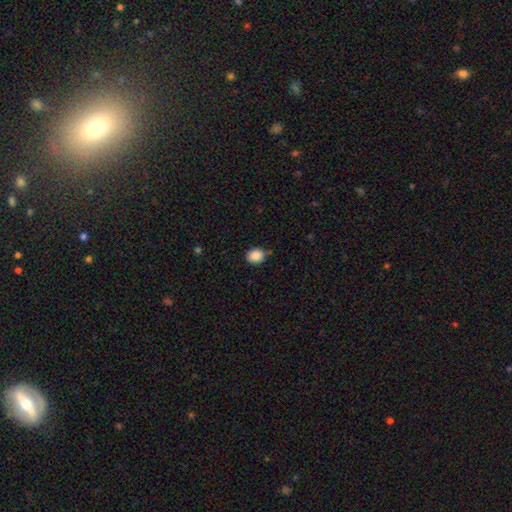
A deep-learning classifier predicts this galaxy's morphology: Smooth or featured? Predicted: smooth (p=0.88). How rounded? Predicted: round (p=0.60). Merging? Predicted: none (p=0.83).